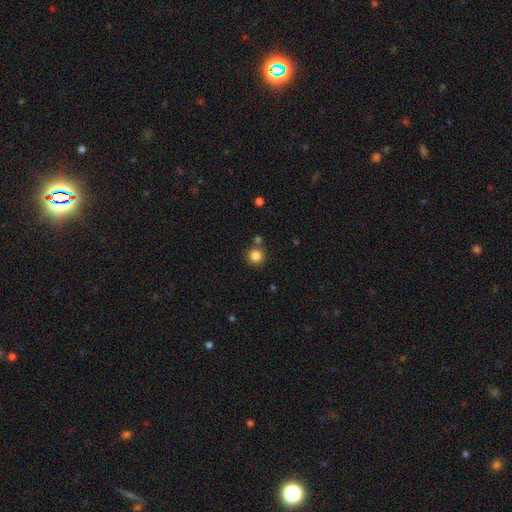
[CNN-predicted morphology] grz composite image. It shows a smooth galaxy with no disk features (85%) that is round (94%). Merging: none (78%).